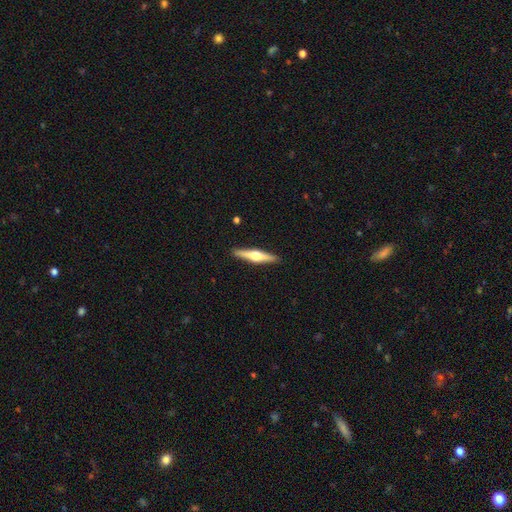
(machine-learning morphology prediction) Q: Smooth or featured?
A: featured or disk (66%); runner-up: smooth (28%)
Q: Edge-on disk?
A: yes (97%); runner-up: no (3%)
Q: Edge-on bulge?
A: rounded (94%); runner-up: boxy (3%)
Q: Merging?
A: none (91%); runner-up: minor disturbance (6%)